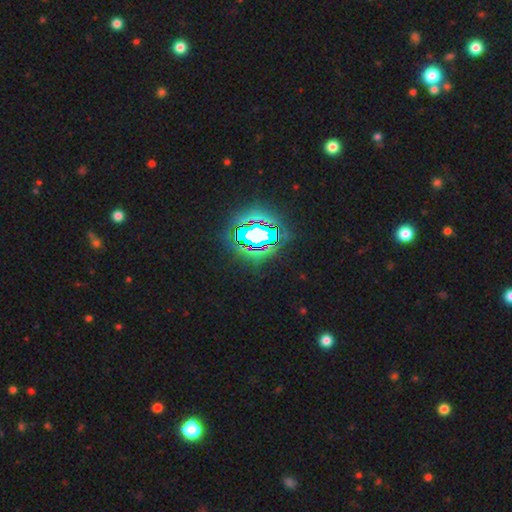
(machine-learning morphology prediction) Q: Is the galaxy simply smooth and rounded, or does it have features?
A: star or artifact — 84%.